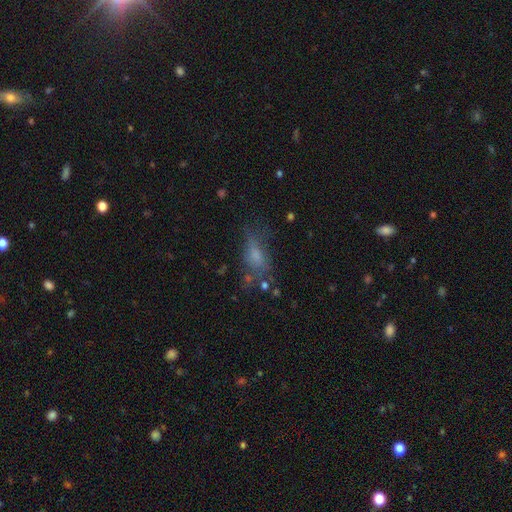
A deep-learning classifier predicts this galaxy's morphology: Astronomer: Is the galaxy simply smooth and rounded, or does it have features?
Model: smooth — 53% (runner-up: featured or disk, 31%).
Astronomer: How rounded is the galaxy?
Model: in between — 75%.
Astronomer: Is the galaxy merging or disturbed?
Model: none — 46% (runner-up: minor disturbance, 25%).